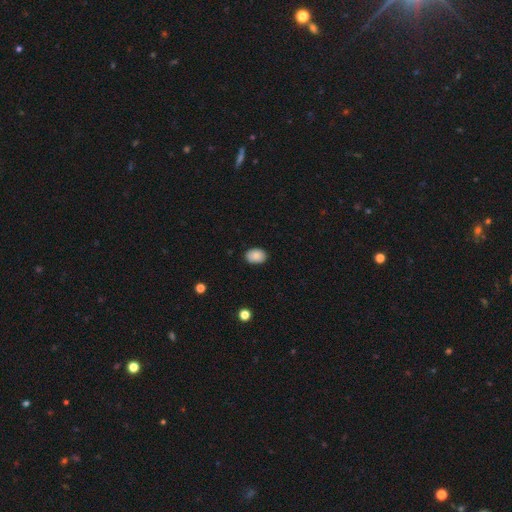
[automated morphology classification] smooth_or_featured: smooth (p=0.87) [alt: star or artifact p=0.08]
how_rounded: in between (p=0.81) [alt: round p=0.18]
merging: none (p=0.87) [alt: minor disturbance p=0.10]